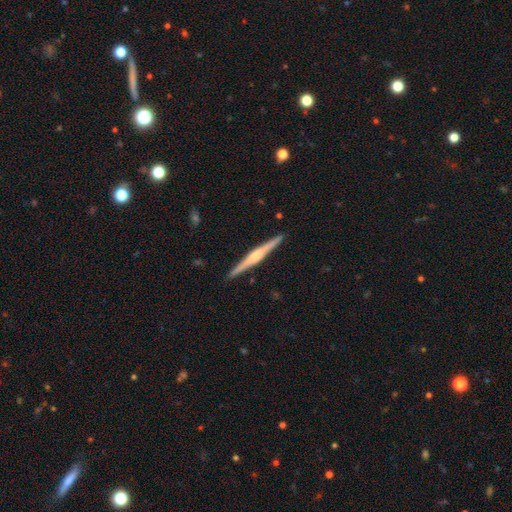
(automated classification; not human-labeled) smooth_or_featured: featured or disk (p=0.76) [alt: smooth p=0.19]
disk_edge_on: yes (p=0.98) [alt: no p=0.02]
edge_on_bulge: rounded (p=0.71) [alt: boxy p=0.19]
merging: none (p=0.92) [alt: minor disturbance p=0.06]